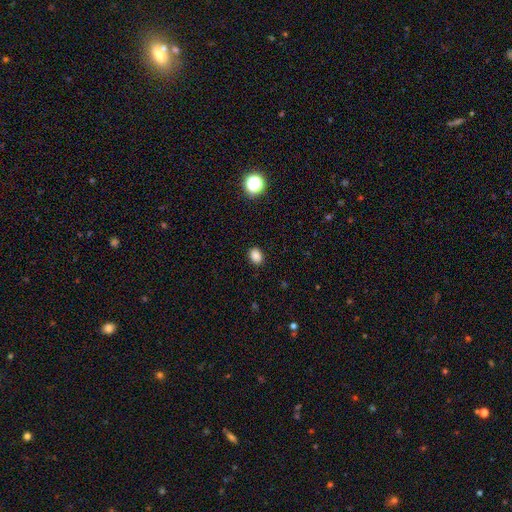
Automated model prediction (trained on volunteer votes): smooth 85%, star or artifact 11%, featured or disk 3%. Down the decision tree: how rounded — in between (71%); merging — none (89%).